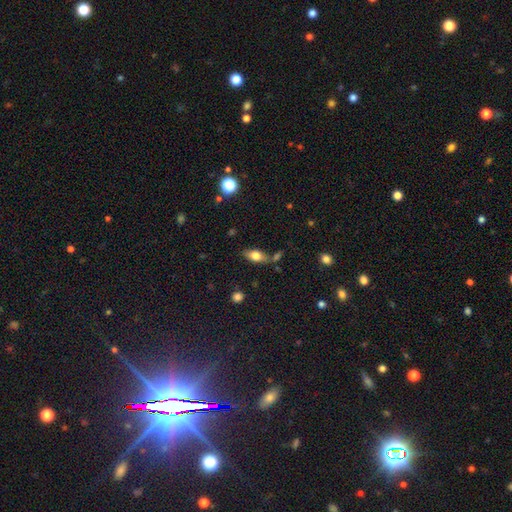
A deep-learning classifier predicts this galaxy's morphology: Q: Smooth or featured?
A: smooth (71%); runner-up: featured or disk (20%)
Q: How rounded?
A: in between (83%); runner-up: cigar-shaped (11%)
Q: Merging?
A: none (68%); runner-up: minor disturbance (17%)